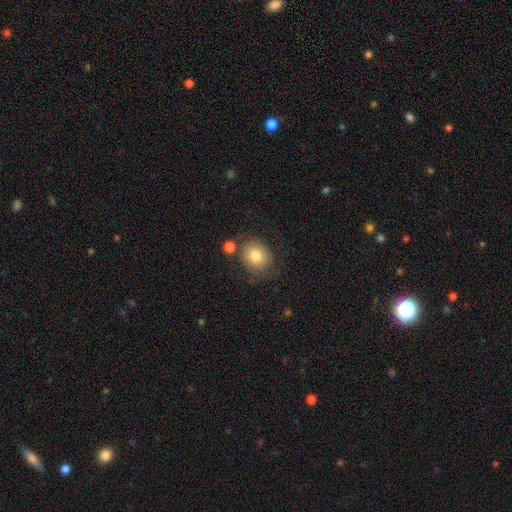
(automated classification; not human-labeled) Smooth or featured? smooth (80%)
How rounded? round (74%)
Merging? none (72%)